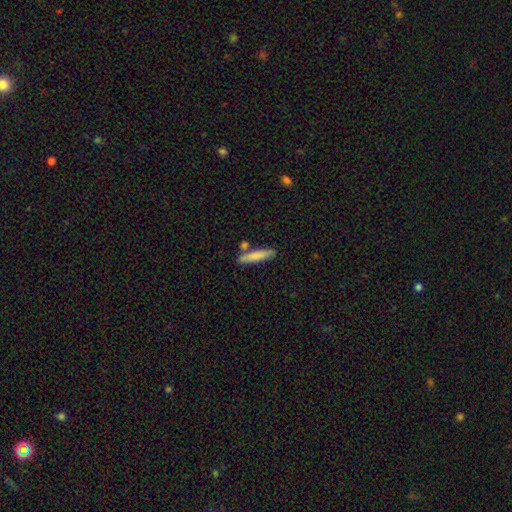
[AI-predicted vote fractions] A smooth galaxy with no disk features (80%) that is cigar-shaped (83%).

Vote fractions:
- Smooth or featured? smooth: 80% / featured or disk: 15% / star or artifact: 6%
- How rounded? cigar-shaped: 83% / in between: 15% / round: 2%
- Merging? none: 73% / minor disturbance: 13% / merger: 11% / major disturbance: 3%